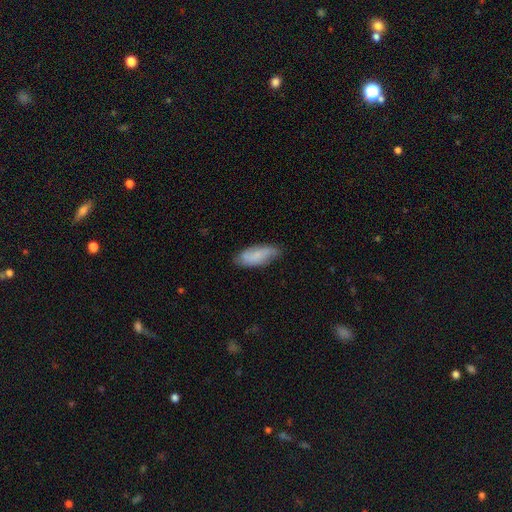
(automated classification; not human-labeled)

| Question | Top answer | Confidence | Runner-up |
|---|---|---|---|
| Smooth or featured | smooth | 63% | featured or disk (30%) |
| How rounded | in between | 77% | cigar-shaped (21%) |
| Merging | none | 75% | minor disturbance (20%) |